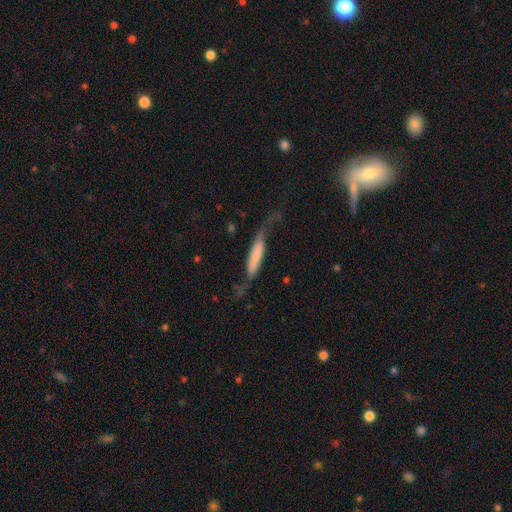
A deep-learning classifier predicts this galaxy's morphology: This is possibly a featured or disk galaxy (47%). Merging: possibly none (48%).